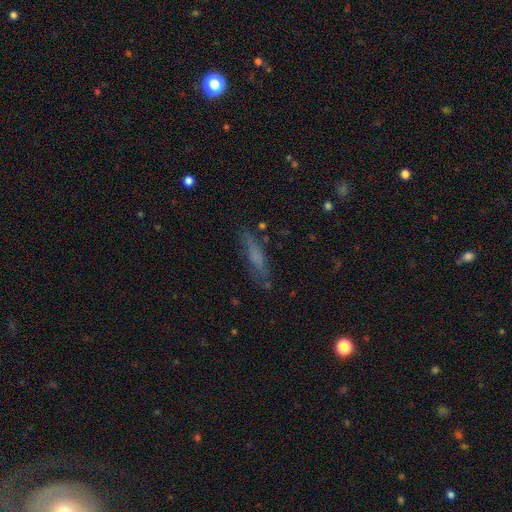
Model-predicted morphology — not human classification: Smooth or featured? Predicted: smooth (p=0.60). How rounded? Predicted: cigar-shaped (p=0.75). Merging? Predicted: none (p=0.72).